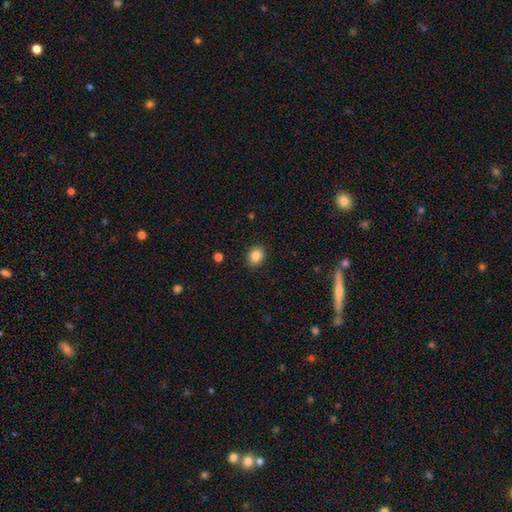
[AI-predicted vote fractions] A smooth galaxy with no disk features (85%) that is round (50%). Merging: none (88%).